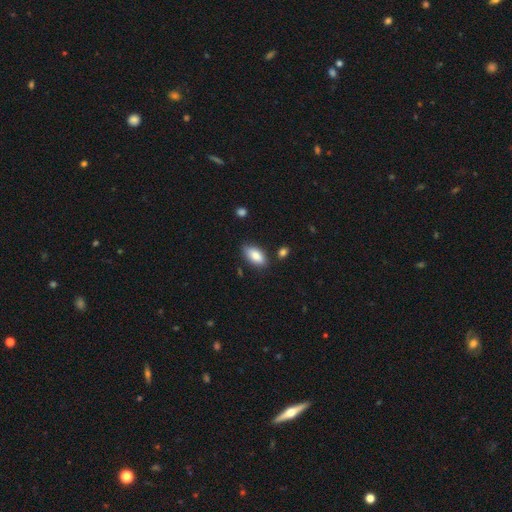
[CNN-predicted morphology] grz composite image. It shows a smooth galaxy with no disk features (84%) that is in between round and cigar-shaped (91%). Merging: none (79%).